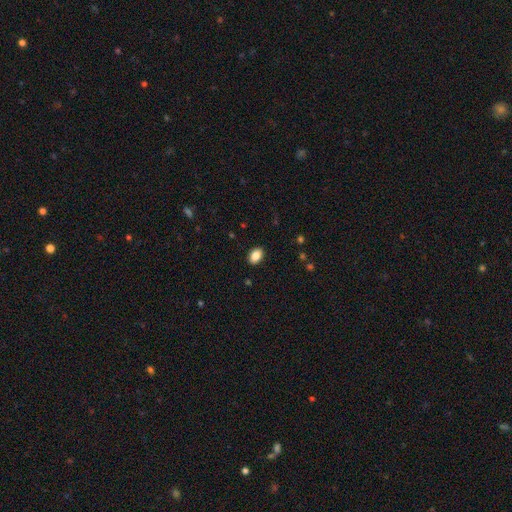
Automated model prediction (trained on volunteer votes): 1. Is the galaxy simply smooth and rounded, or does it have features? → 86% smooth, 8% star or artifact, 6% featured or disk.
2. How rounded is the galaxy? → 84% in between, 15% round, 1% cigar-shaped.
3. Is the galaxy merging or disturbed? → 90% none, 7% minor disturbance, 2% major disturbance, 1% merger.